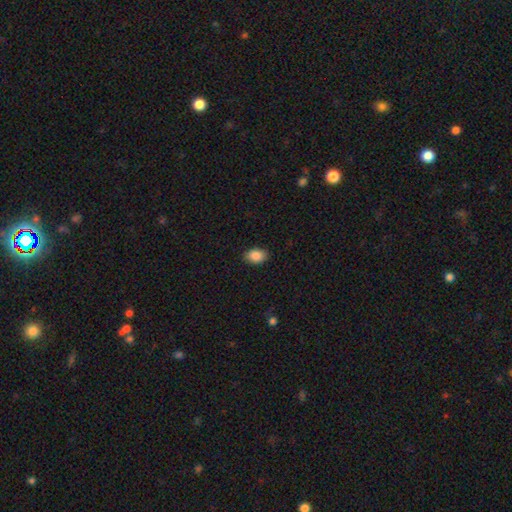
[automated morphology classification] Smooth or featured: smooth — 88% (star or artifact — 8%)
How rounded: in between — 82% (round — 17%)
Merging: none — 87% (minor disturbance — 9%)